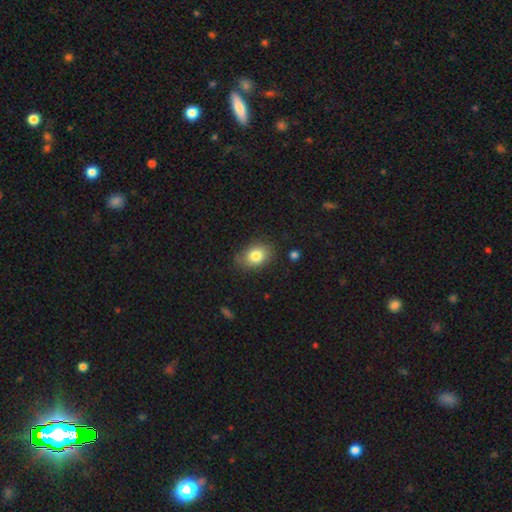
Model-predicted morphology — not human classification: Smooth or featured? Predicted: smooth (p=0.82). How rounded? Predicted: in between (p=0.71). Merging? Predicted: none (p=0.76).